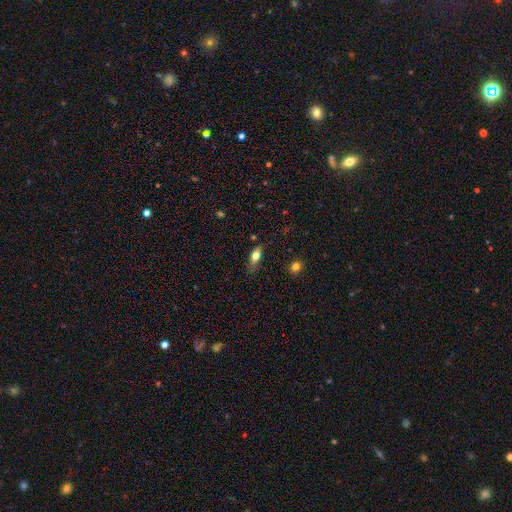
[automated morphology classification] This is likely a smooth galaxy (66%). How rounded: likely in between (68%). Merging: likely none (65%).